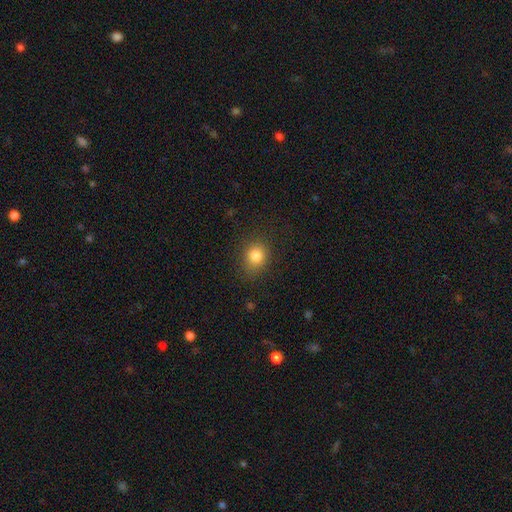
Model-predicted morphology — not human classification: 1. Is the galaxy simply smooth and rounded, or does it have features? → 82% smooth, 11% star or artifact, 7% featured or disk.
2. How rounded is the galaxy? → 62% round, 37% in between, 1% cigar-shaped.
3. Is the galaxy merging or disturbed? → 82% none, 13% minor disturbance, 4% major disturbance, 1% merger.